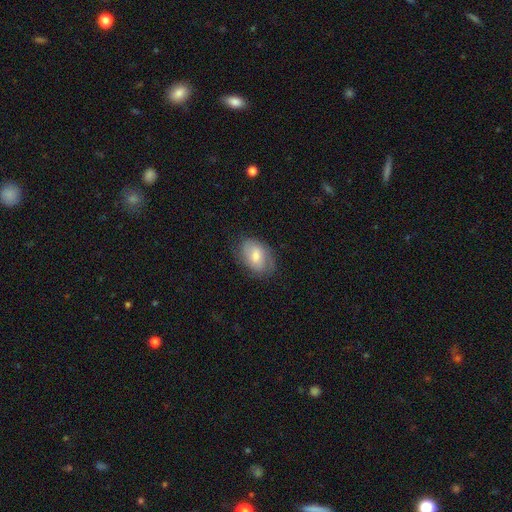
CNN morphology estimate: A smooth galaxy with no disk features (55%) that is in between round and cigar-shaped (85%). Merging: none (70%).